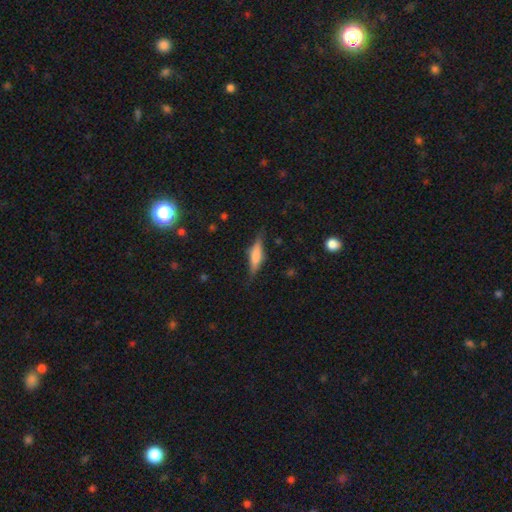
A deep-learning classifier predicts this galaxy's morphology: smooth-or-featured: smooth: 48% | featured or disk: 44% | star or artifact: 7%
  merging: none: 80% | minor disturbance: 15% | major disturbance: 4% | merger: 1%